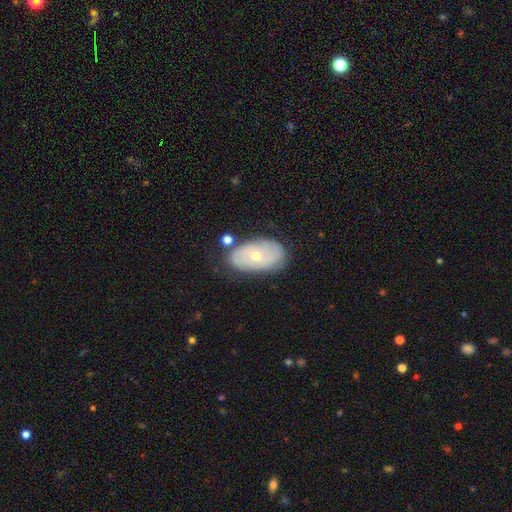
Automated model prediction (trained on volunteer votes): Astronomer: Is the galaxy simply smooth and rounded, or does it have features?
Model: featured or disk — 54% (runner-up: smooth, 39%).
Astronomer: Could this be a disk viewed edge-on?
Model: no — 91%.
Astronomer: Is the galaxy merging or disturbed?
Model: none — 72%.